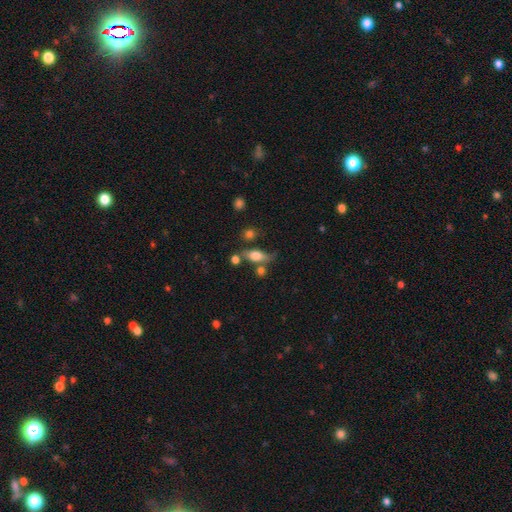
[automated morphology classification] Smooth or featured? smooth (60%)
How rounded? in between (68%)
Merging? none (59%)